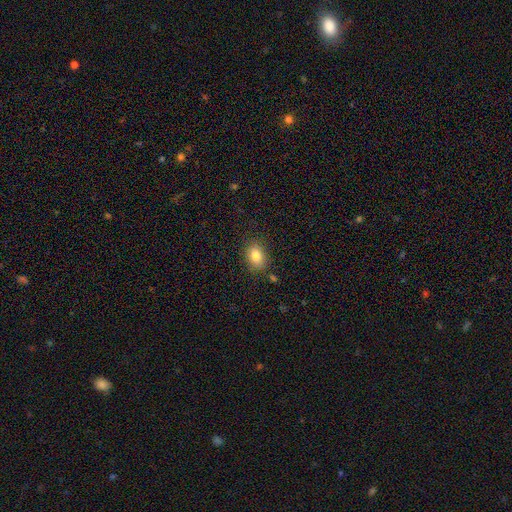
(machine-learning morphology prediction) This appears to be a smooth galaxy with no disk features (83%) that is in between round and cigar-shaped (76%). Merging: none (83%).